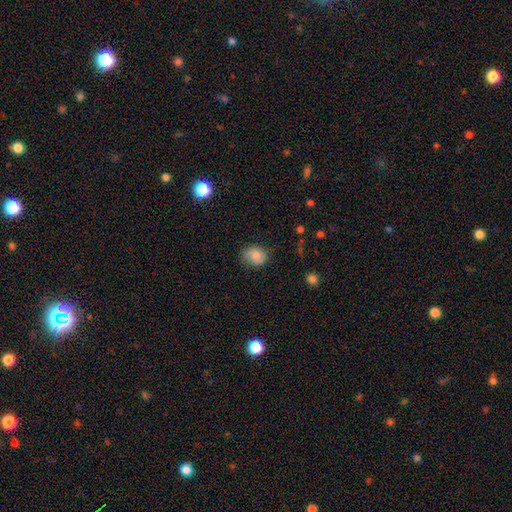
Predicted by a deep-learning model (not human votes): The model was most divided on "how rounded": round: 53%, in between: 46%, cigar-shaped: 1%. More confident: smooth or featured — smooth (78%); merging — none (72%).